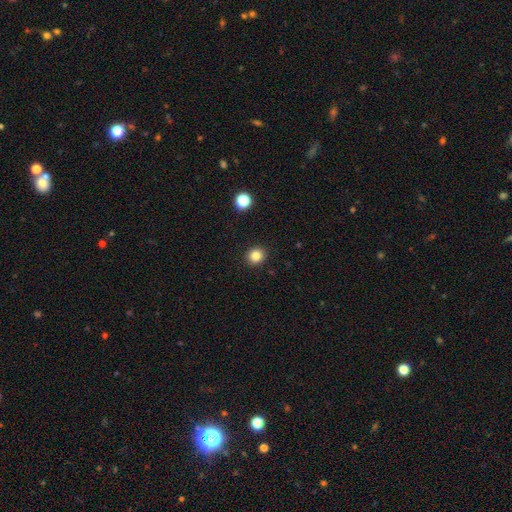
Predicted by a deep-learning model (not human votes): Morphology: type=smooth (84%); roundness=round (87%); merging=none (92%).